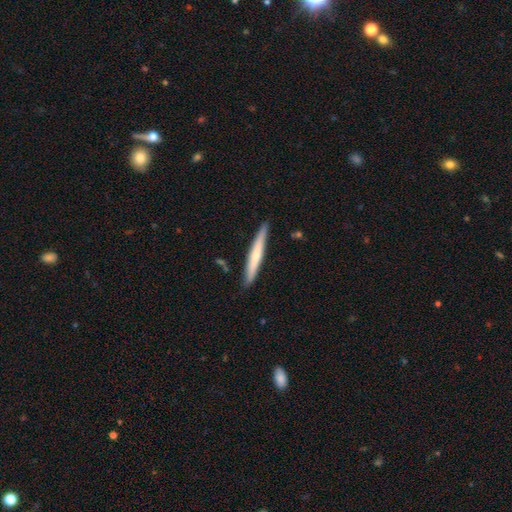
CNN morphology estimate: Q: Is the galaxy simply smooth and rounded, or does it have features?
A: smooth — 57%.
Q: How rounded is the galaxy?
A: cigar-shaped — 96%.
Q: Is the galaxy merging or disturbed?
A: none — 89%.